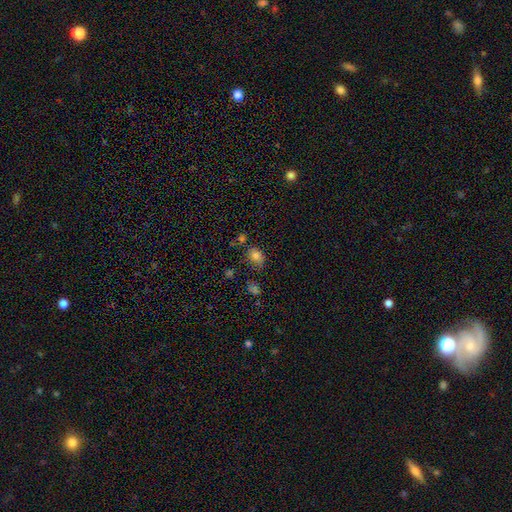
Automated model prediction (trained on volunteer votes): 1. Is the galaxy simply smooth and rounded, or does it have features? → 76% smooth, 14% star or artifact, 10% featured or disk.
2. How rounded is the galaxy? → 51% in between, 48% round, 1% cigar-shaped.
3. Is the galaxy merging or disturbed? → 60% none, 26% minor disturbance, 8% major disturbance, 7% merger.